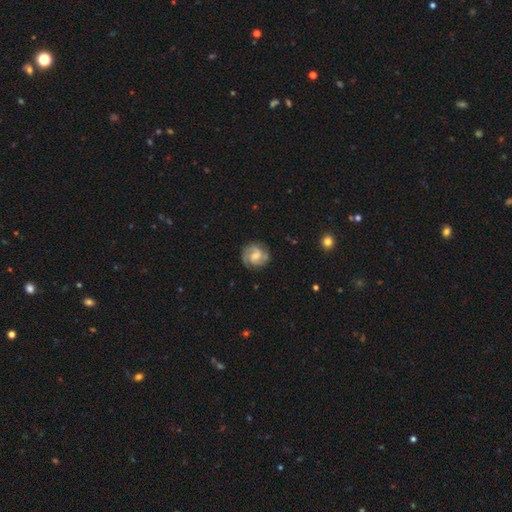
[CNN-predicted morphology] Smooth or featured? featured or disk (78%)
Edge-on disk? no (98%)
Bar? weak (48%)
Spiral arms? yes (95%)
Spiral winding? medium (45%)
Spiral arm count? 2 (41%)
Bulge size? moderate (51%)
Merging? none (80%)